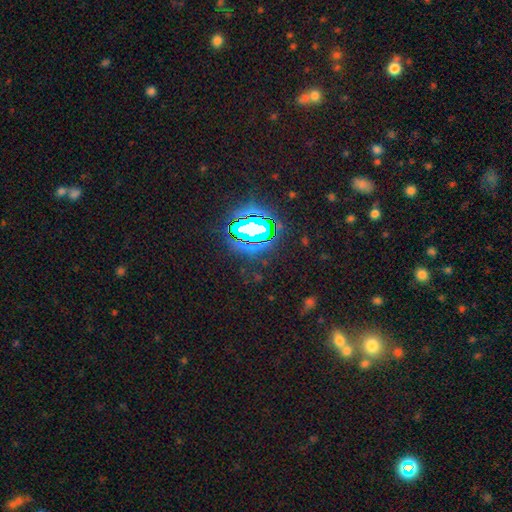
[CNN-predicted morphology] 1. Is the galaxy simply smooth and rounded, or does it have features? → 77% star or artifact, 14% smooth, 8% featured or disk.